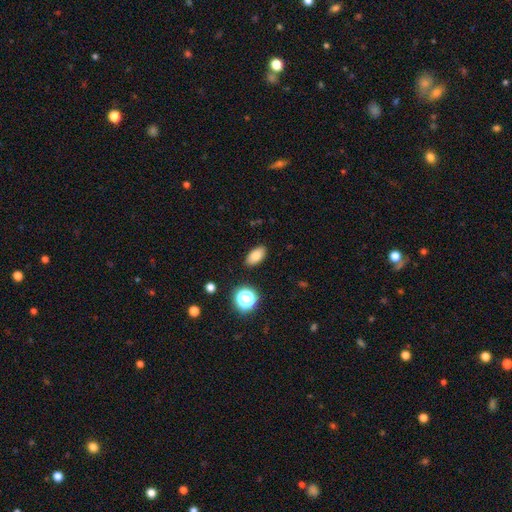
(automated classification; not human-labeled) smooth 82%, star or artifact 11%, featured or disk 7%. Down the decision tree: how rounded — in between (90%); merging — none (87%).